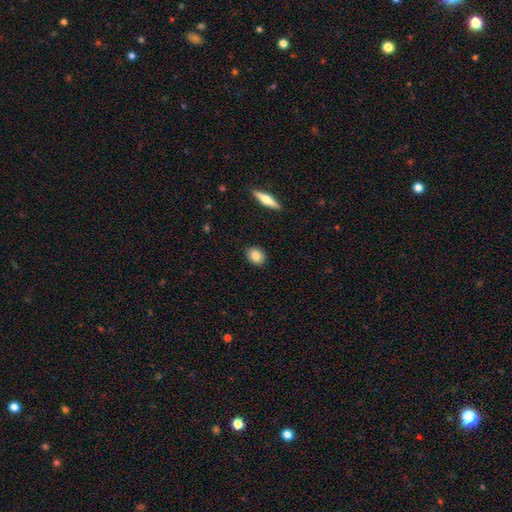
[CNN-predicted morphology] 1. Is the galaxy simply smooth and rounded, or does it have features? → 83% smooth, 9% featured or disk, 7% star or artifact.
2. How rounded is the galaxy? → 56% in between, 41% round, 2% cigar-shaped.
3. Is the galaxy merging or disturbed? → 89% none, 8% minor disturbance, 2% major disturbance, 1% merger.